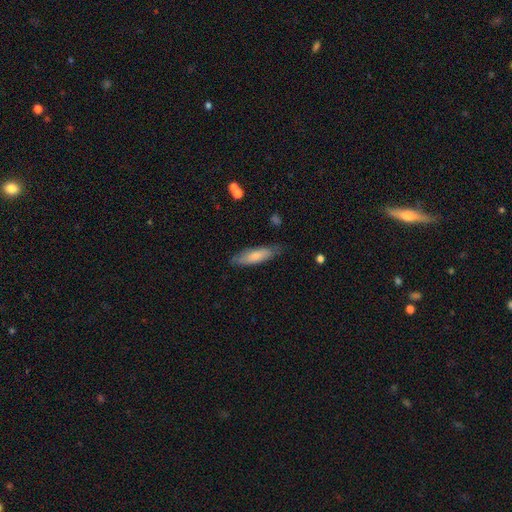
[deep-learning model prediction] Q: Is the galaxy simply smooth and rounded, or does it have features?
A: smooth — 72%.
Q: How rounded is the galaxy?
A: cigar-shaped — 57%.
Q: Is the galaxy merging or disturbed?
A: none — 76%.